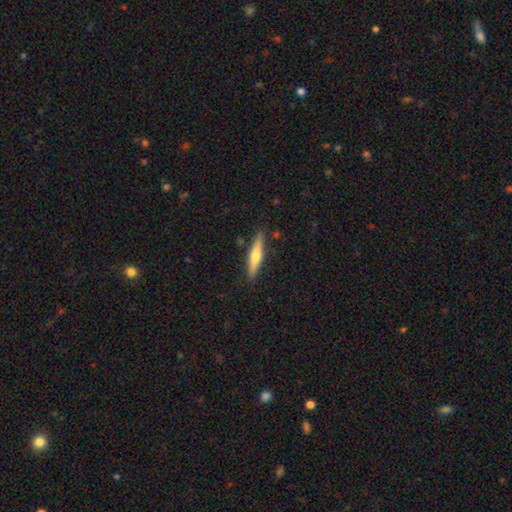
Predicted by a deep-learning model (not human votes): This is possibly a featured or disk galaxy (49%). Merging: clearly none (86%).